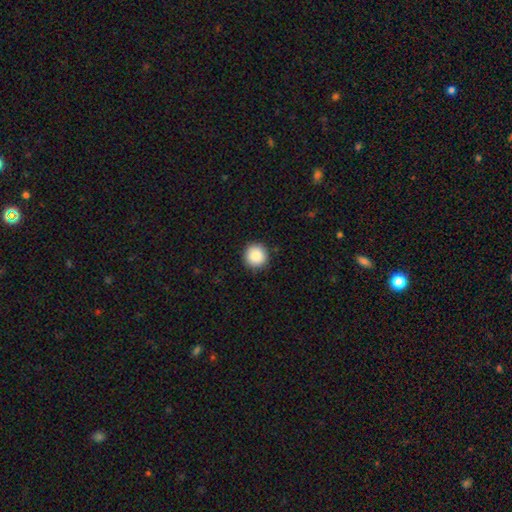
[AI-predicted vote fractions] Overall: smooth (89%). How rounded: round (95%). Merging: none (91%).